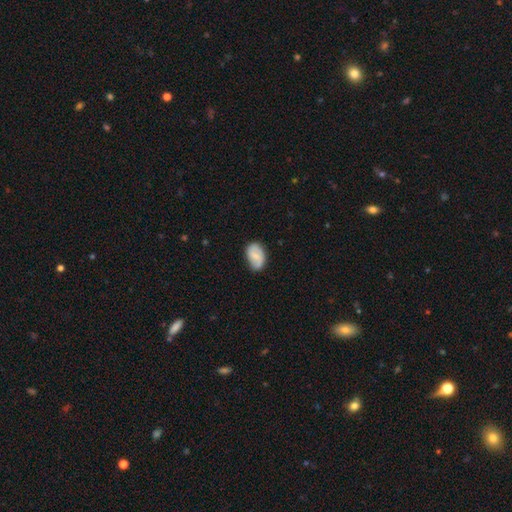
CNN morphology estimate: Q: Smooth or featured?
A: smooth (57%); runner-up: featured or disk (36%)
Q: How rounded?
A: in between (88%); runner-up: round (11%)
Q: Merging?
A: none (68%); runner-up: minor disturbance (25%)